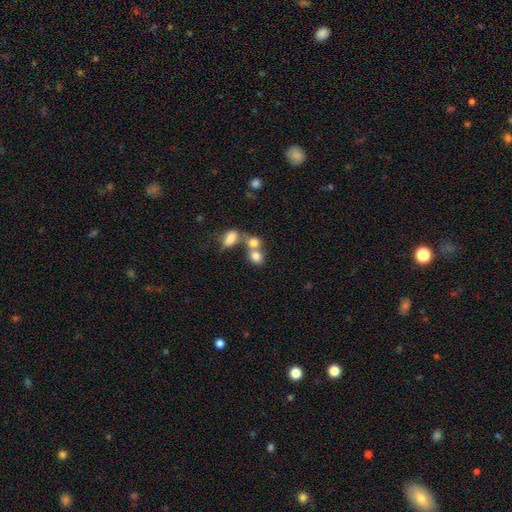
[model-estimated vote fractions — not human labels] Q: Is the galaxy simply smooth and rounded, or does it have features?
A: smooth — 77%.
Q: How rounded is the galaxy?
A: round — 60%.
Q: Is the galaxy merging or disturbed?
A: merger — 53%.